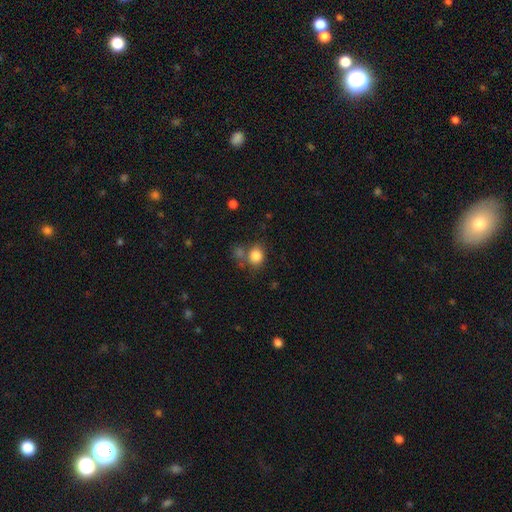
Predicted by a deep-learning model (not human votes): Smooth or featured? Predicted: smooth (p=0.83). How rounded? Predicted: round (p=0.71). Merging? Predicted: none (p=0.61).